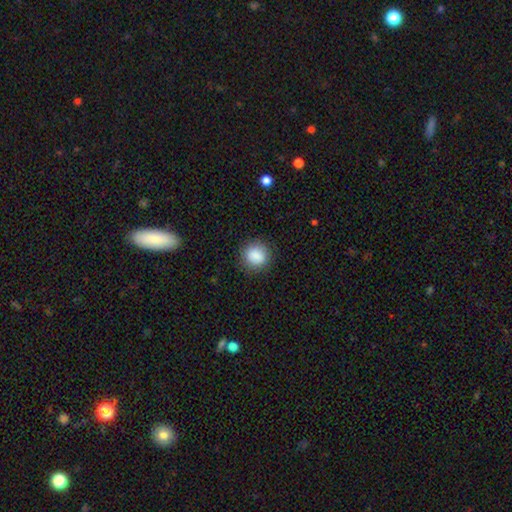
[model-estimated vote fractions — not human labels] smooth-or-featured: smooth: 88% | star or artifact: 8% | featured or disk: 4%
  how-rounded: round: 85% | in between: 14% | cigar-shaped: 1%
  merging: none: 88% | minor disturbance: 9% | major disturbance: 3% | merger: 1%